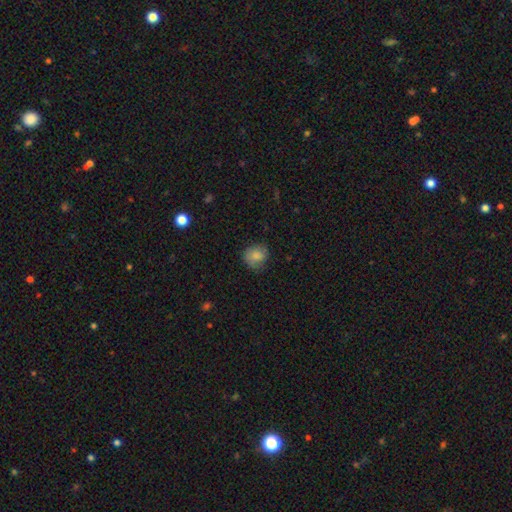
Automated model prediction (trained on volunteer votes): The model was most divided on "merging": none: 70%, minor disturbance: 23%, major disturbance: 6%, merger: 1%. More confident: smooth or featured — smooth (80%); how rounded — round (80%).